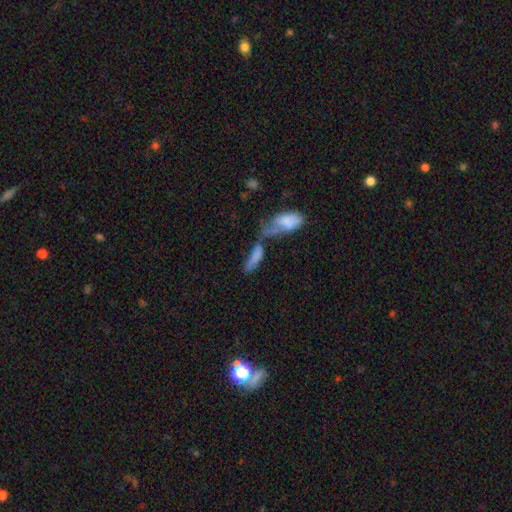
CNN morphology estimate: Smooth or featured: smooth — 71% (featured or disk — 19%)
How rounded: in between — 50% (cigar-shaped — 47%)
Merging: merger — 60% (none — 18%)